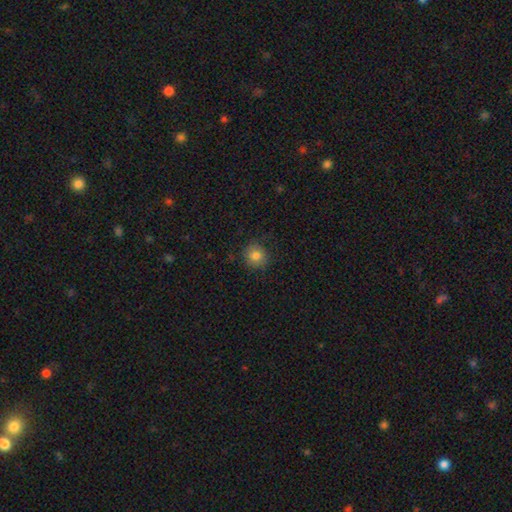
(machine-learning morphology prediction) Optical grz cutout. It shows a smooth galaxy with no disk features (82%) that is round (87%). Merging: none (85%).